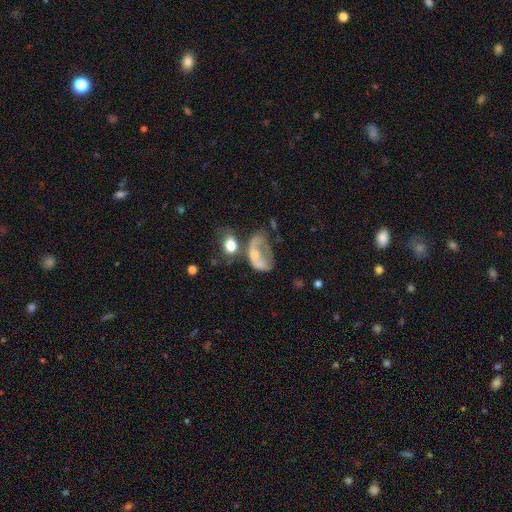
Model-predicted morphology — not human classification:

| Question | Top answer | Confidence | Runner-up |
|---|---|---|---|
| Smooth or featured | smooth | 47% | featured or disk (41%) |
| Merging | major disturbance | 41% | merger (28%) |